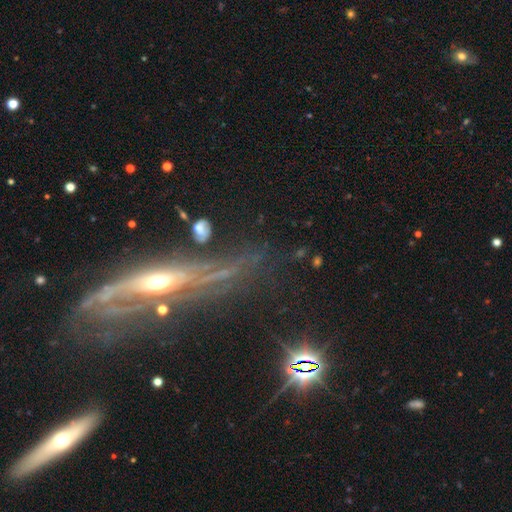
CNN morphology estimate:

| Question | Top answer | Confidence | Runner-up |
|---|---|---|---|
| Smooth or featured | featured or disk | 68% | star or artifact (17%) |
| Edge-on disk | yes | 54% | no (46%) |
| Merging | none | 60% | minor disturbance (18%) |